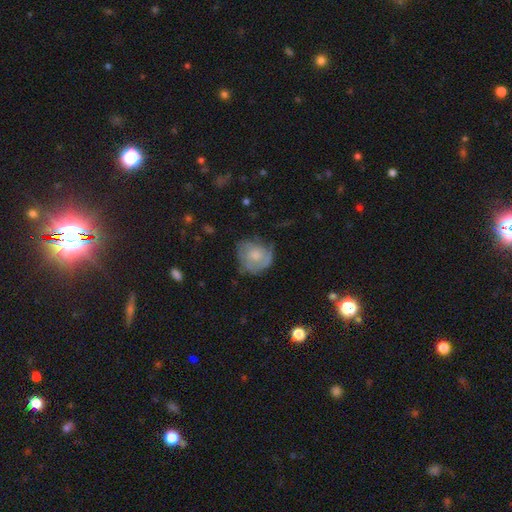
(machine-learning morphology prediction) A featured or disk galaxy (49%). Merging: none (57%).